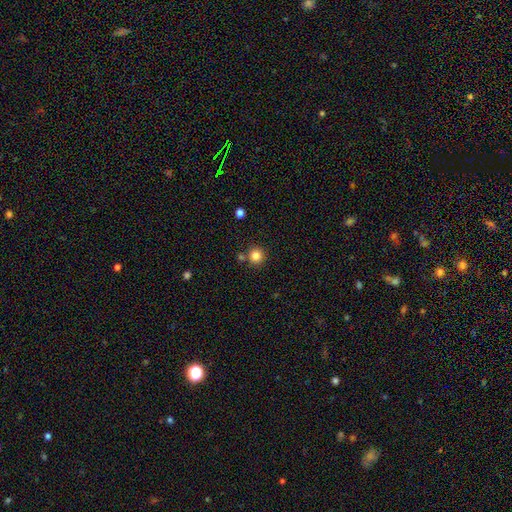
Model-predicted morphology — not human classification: A smooth galaxy with no disk features (83%) that is round (94%).

Vote fractions:
- Smooth or featured? smooth: 83% / star or artifact: 12% / featured or disk: 5%
- How rounded? round: 94% / in between: 5% / cigar-shaped: 1%
- Merging? none: 82% / merger: 8% / minor disturbance: 7% / major disturbance: 2%